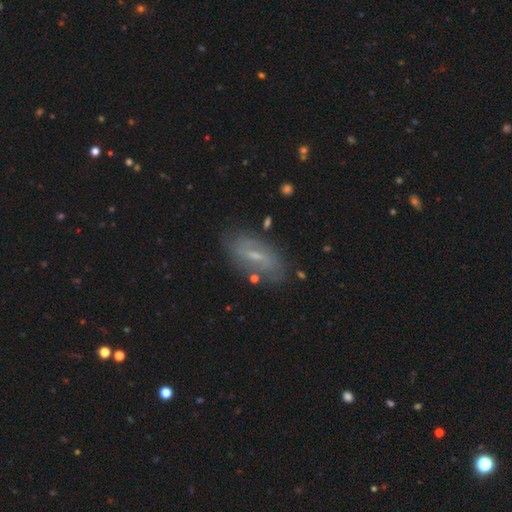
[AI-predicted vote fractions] smooth_or_featured: featured or disk (p=0.62) [alt: smooth p=0.28]
disk_edge_on: no (p=0.87) [alt: yes p=0.13]
bar: weak (p=0.53) [alt: strong p=0.26]
has_spiral_arms: yes (p=0.70) [alt: no p=0.30]
bulge_size: small (p=0.63) [alt: moderate p=0.27]
merging: none (p=0.76) [alt: minor disturbance p=0.16]